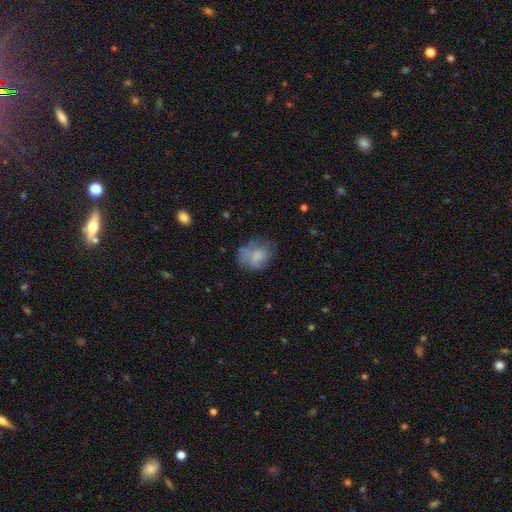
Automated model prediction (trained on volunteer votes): Overall: smooth (63%; featured or disk 28%). How rounded: in between (60%; round 39%). Merging: none (50%; minor disturbance 28%).